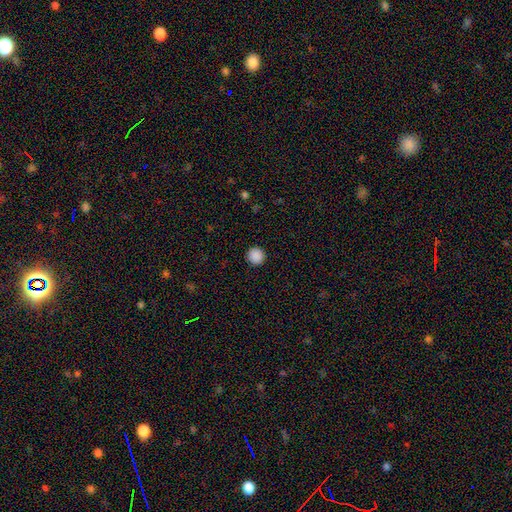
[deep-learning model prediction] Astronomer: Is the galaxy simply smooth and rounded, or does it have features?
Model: smooth — 89%.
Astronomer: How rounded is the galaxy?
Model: round — 94%.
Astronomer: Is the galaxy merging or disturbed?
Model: none — 93%.